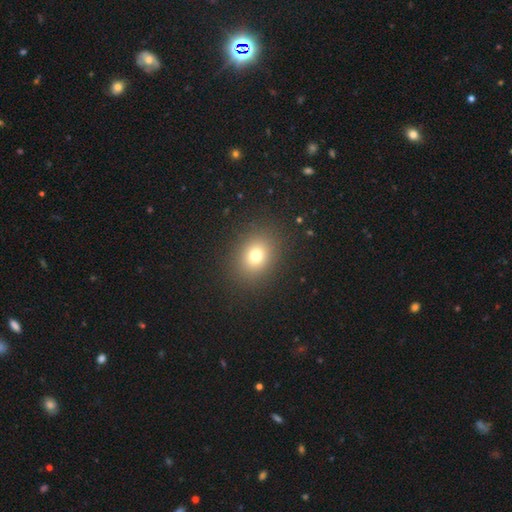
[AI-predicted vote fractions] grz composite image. It shows a smooth galaxy with no disk features (75%) that is round (58%). Merging: none (88%).